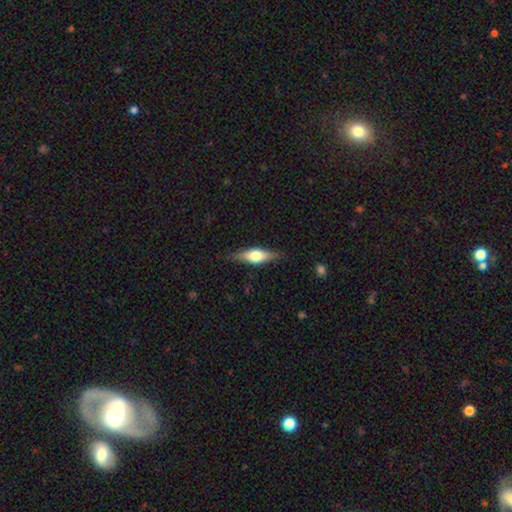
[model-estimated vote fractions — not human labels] Smooth or featured?
  - smooth: 50% *
  - featured or disk: 44%
  - star or artifact: 6%
Merging?
  - none: 83% *
  - minor disturbance: 13%
  - major disturbance: 3%
  - merger: 1%